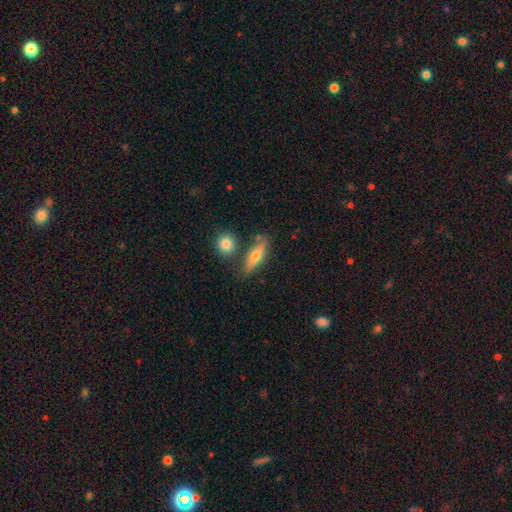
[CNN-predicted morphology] Q: Smooth or featured?
A: smooth (58%); runner-up: featured or disk (35%)
Q: How rounded?
A: cigar-shaped (57%); runner-up: in between (39%)
Q: Merging?
A: none (73%); runner-up: minor disturbance (13%)